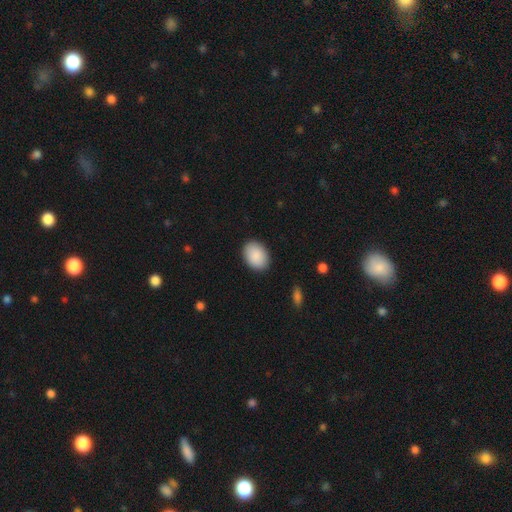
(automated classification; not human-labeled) Smooth or featured? smooth (90%)
How rounded? in between (77%)
Merging? none (89%)